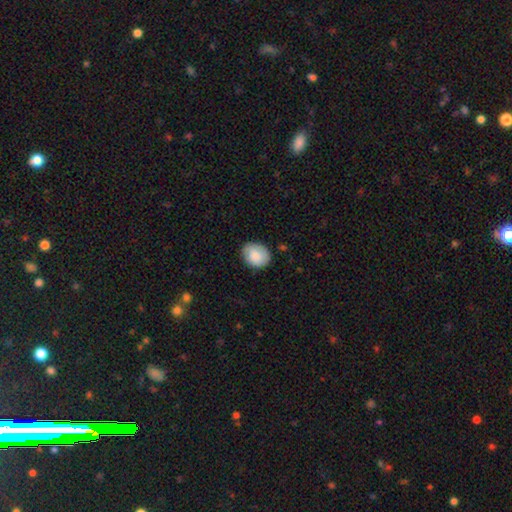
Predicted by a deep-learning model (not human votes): Smooth or featured: smooth — 86% (featured or disk — 8%)
How rounded: round — 56% (in between — 43%)
Merging: none — 81% (minor disturbance — 15%)